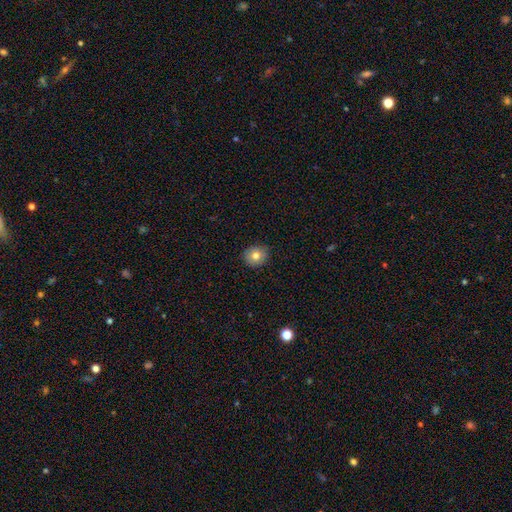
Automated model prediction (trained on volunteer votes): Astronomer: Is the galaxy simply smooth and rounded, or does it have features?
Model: smooth — 79%.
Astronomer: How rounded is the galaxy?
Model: round — 83%.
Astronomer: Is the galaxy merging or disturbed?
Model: none — 89%.